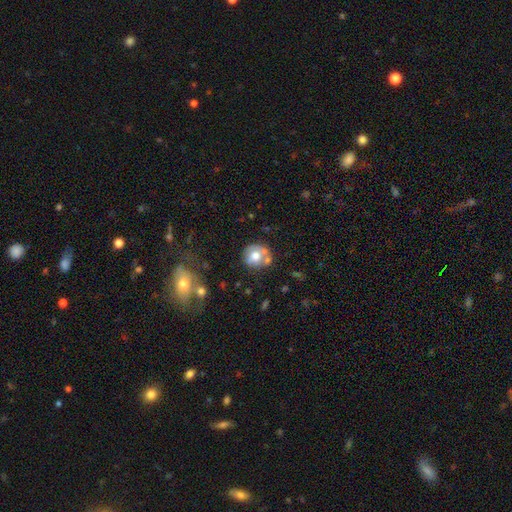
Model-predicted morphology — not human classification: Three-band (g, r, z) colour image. It shows a smooth galaxy with no disk features (57%) that is round (74%). Merging: none (44%).